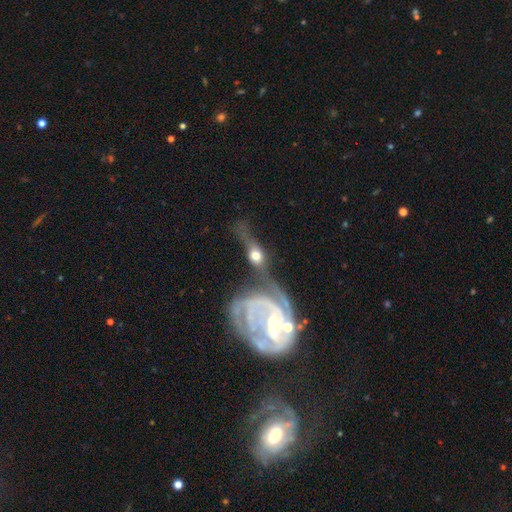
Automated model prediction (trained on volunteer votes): This appears to be a featured or disk galaxy (53%). Merging: merger (38%).